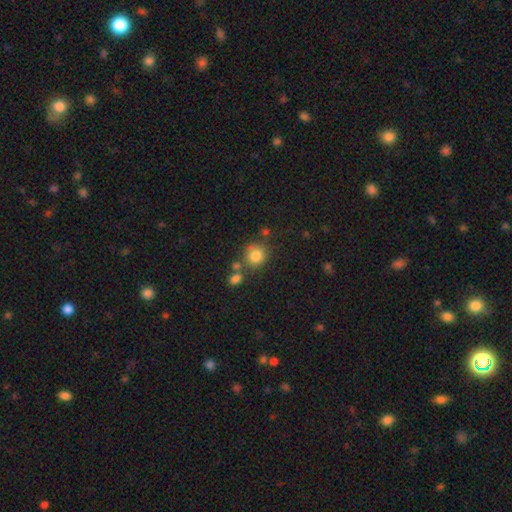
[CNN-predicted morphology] Smooth or featured? smooth (81%)
How rounded? round (85%)
Merging? none (65%)